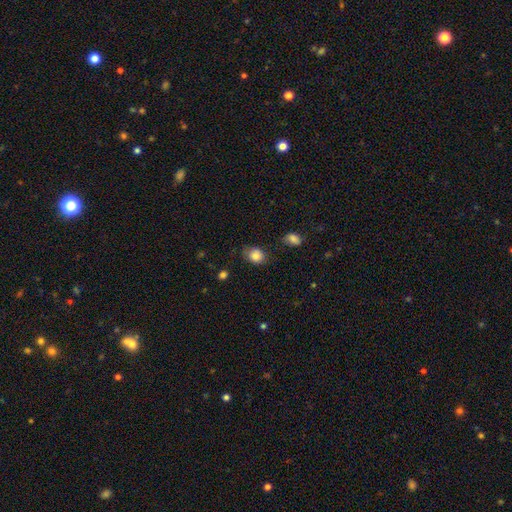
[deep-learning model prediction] A smooth galaxy with no disk features (84%) that is in between round and cigar-shaped (50%). Merging: none (70%).